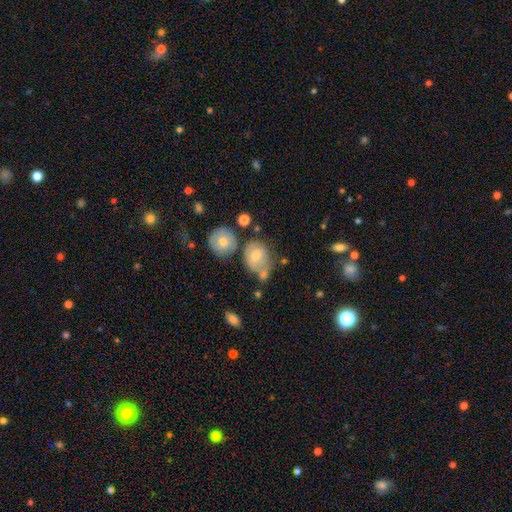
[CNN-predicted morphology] A smooth galaxy with no disk features (63%) that is round (51%). Merging: none (47%).